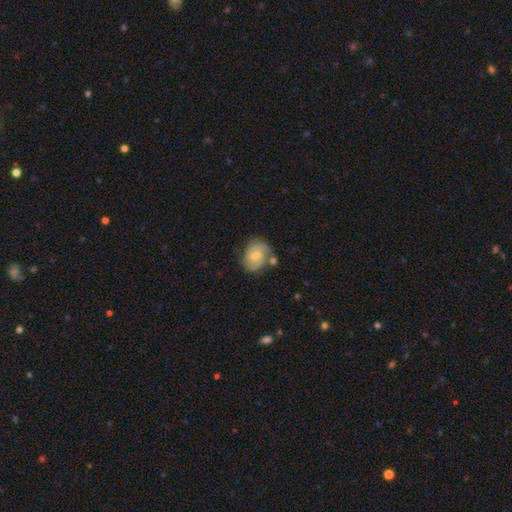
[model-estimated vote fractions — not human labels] Smooth or featured? Predicted: featured or disk (p=0.55). Edge-on disk? Predicted: no (p=0.97). Bar? Predicted: no (p=0.60). Spiral arms? Predicted: yes (p=0.82). Bulge size? Predicted: moderate (p=0.48, tied with small). Merging? Predicted: none (p=0.60).